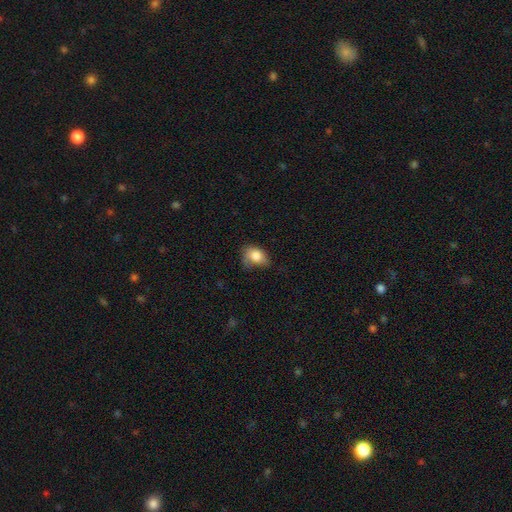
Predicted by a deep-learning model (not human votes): smooth 80%, featured or disk 11%, star or artifact 8%. Down the decision tree: how rounded — in between (74%); merging — minor disturbance (40%).